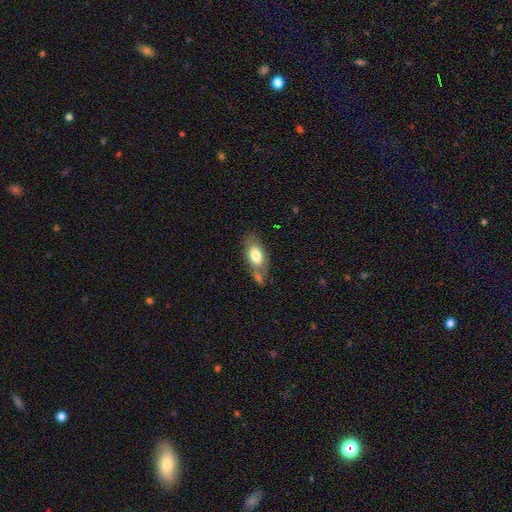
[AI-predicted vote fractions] smooth-or-featured: smooth: 71% | featured or disk: 22% | star or artifact: 7%
  how-rounded: in between: 87% | cigar-shaped: 8% | round: 6%
  merging: none: 51% | merger: 22% | minor disturbance: 20% | major disturbance: 7%